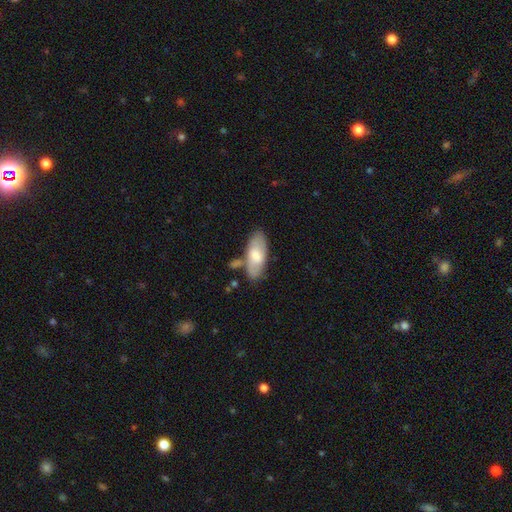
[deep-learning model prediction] A smooth galaxy with no disk features (66%) that is in between round and cigar-shaped (84%).

Vote fractions:
- Smooth or featured? smooth: 66% / featured or disk: 29% / star or artifact: 5%
- How rounded? in between: 84% / cigar-shaped: 14% / round: 2%
- Merging? none: 67% / minor disturbance: 17% / merger: 11% / major disturbance: 5%